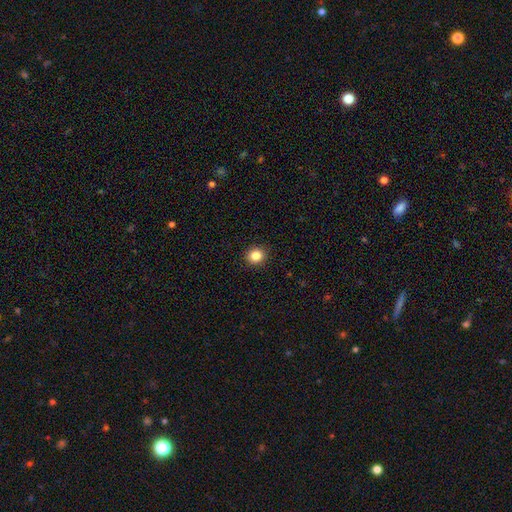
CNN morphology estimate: type=smooth (85%); roundness=round (83%); merging=none (92%).